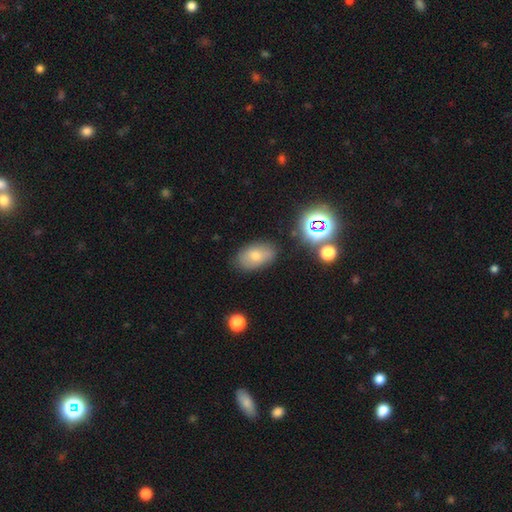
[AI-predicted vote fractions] This is likely a smooth galaxy (71%). How rounded: clearly in between (89%). Merging: likely none (79%).